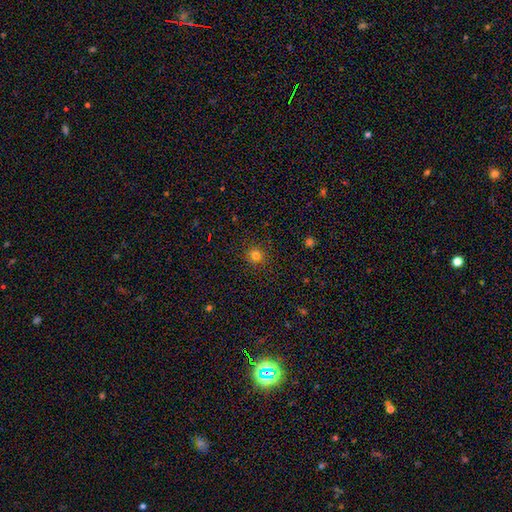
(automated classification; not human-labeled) Smooth or featured?
  - smooth: 79% *
  - star or artifact: 16%
  - featured or disk: 5%
How rounded?
  - round: 91% *
  - in between: 8%
  - cigar-shaped: 1%
Merging?
  - none: 90% *
  - minor disturbance: 7%
  - major disturbance: 2%
  - merger: 1%